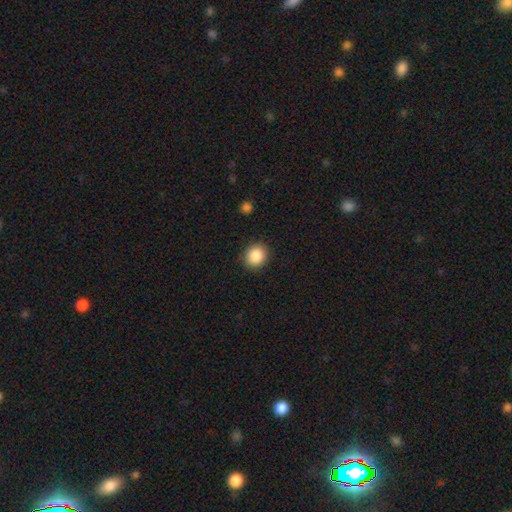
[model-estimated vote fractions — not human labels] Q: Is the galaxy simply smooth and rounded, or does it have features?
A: smooth — 87%.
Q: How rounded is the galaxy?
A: round — 78%.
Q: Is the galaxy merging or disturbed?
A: none — 90%.